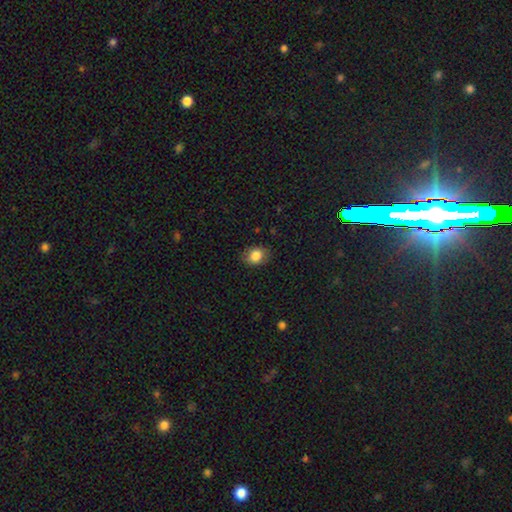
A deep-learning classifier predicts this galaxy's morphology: smooth 83%, star or artifact 9%, featured or disk 8%. Down the decision tree: how rounded — in between (56%); merging — none (82%).